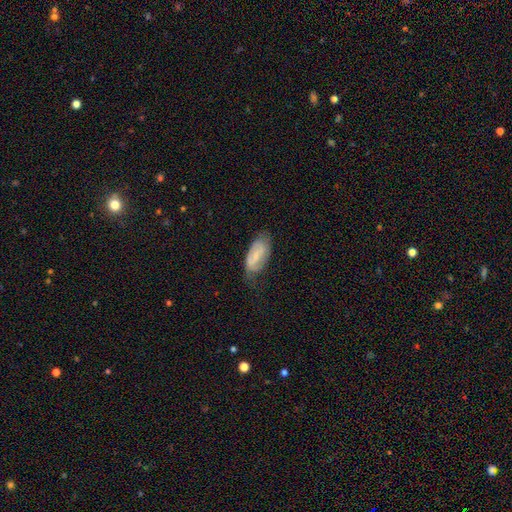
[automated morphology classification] This is possibly a featured or disk galaxy (53%). It is clearly not viewed edge-on (93%). Merging: possibly none (57%).